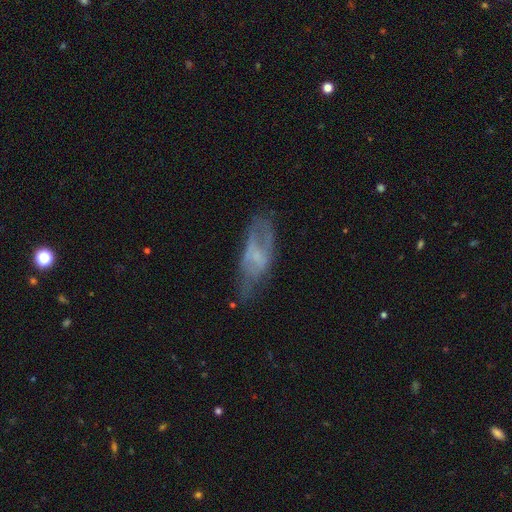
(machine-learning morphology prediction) The model was most divided on "smooth or featured": featured or disk: 55%, smooth: 35%, star or artifact: 10%. Remaining: edge-on disk — no (83%); merging — none (50%).